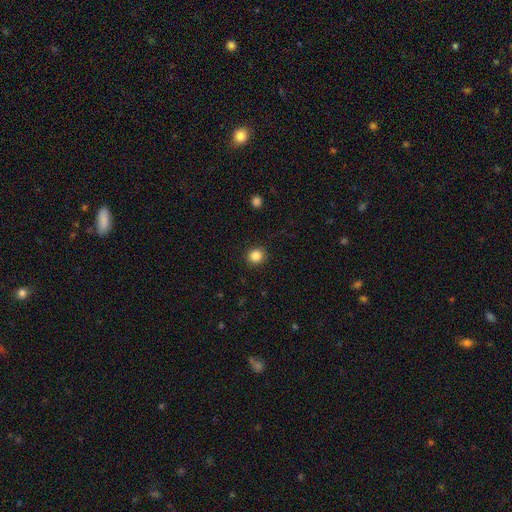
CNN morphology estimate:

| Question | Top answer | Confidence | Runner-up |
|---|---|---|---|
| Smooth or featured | smooth | 85% | star or artifact (11%) |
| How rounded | round | 88% | in between (11%) |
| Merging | none | 91% | minor disturbance (6%) |